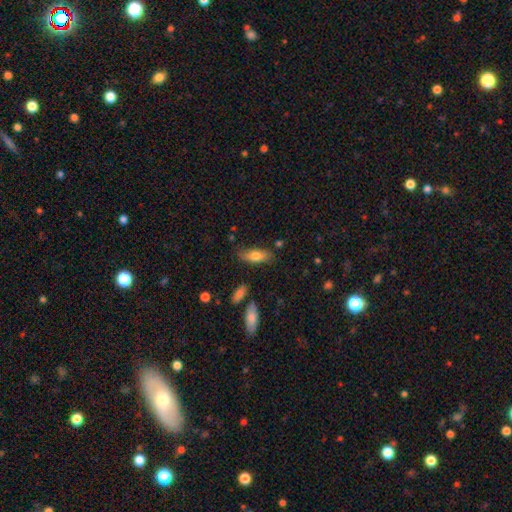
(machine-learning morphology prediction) smooth-or-featured: smooth: 73% | featured or disk: 20% | star or artifact: 7%
  how-rounded: in between: 71% | cigar-shaped: 27% | round: 2%
  merging: none: 73% | minor disturbance: 19% | major disturbance: 4% | merger: 4%